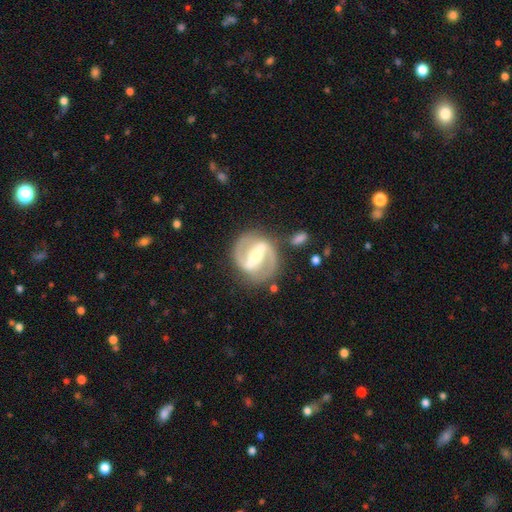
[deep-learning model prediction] Smooth or featured? featured or disk (88%)
Edge-on disk? no (96%)
Bar? strong (78%)
Spiral arms? yes (92%)
Spiral winding? medium (50%)
Spiral arm count? 2 (92%)
Bulge size? moderate (48%)
Merging? none (80%)